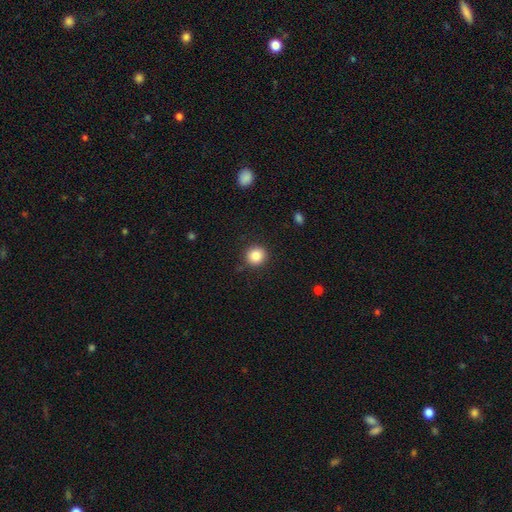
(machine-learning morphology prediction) A smooth galaxy with no disk features (86%) that is round (92%).

Vote fractions:
- Smooth or featured? smooth: 86% / star or artifact: 10% / featured or disk: 5%
- How rounded? round: 92% / in between: 7% / cigar-shaped: 1%
- Merging? none: 91% / minor disturbance: 6% / major disturbance: 2% / merger: 1%